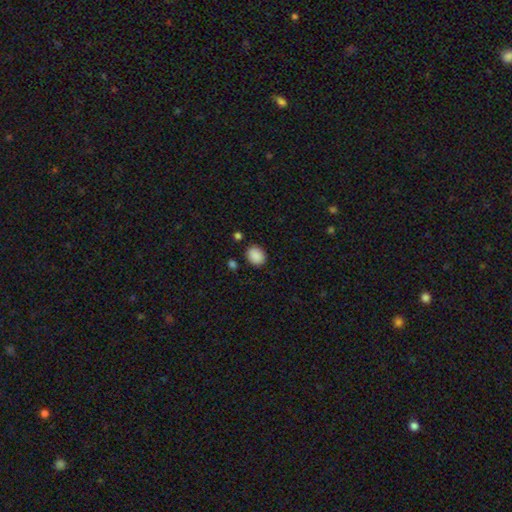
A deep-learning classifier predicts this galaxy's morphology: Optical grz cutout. It shows a smooth galaxy with no disk features (89%) that is in between round and cigar-shaped (51%). Merging: none (83%).